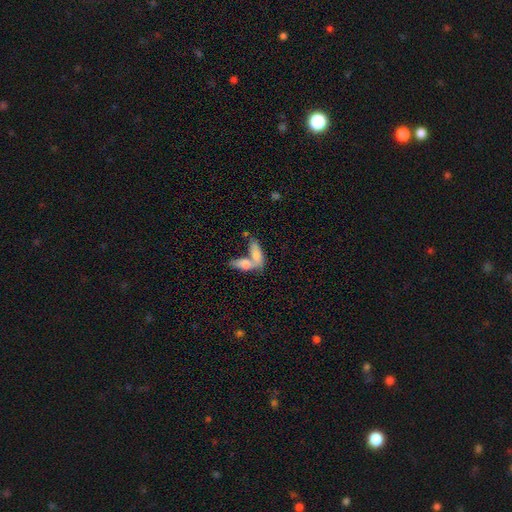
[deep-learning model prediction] smooth_or_featured: smooth (p=0.70) [alt: featured or disk p=0.23]
how_rounded: in between (p=0.75) [alt: cigar-shaped p=0.22]
merging: merger (p=0.68) [alt: none p=0.20]